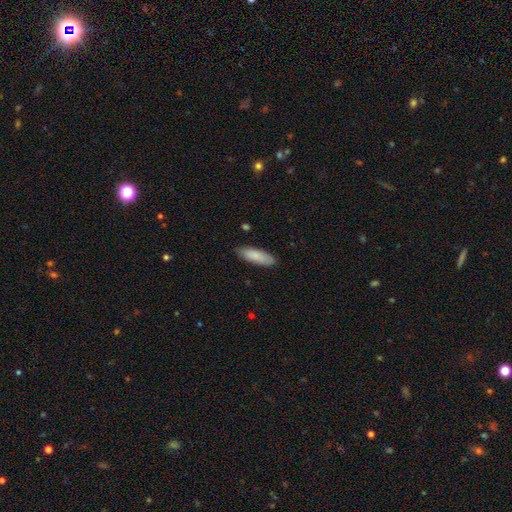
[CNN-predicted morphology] This is clearly a smooth galaxy (85%). How rounded: possibly in between (58%). Merging: clearly none (81%).